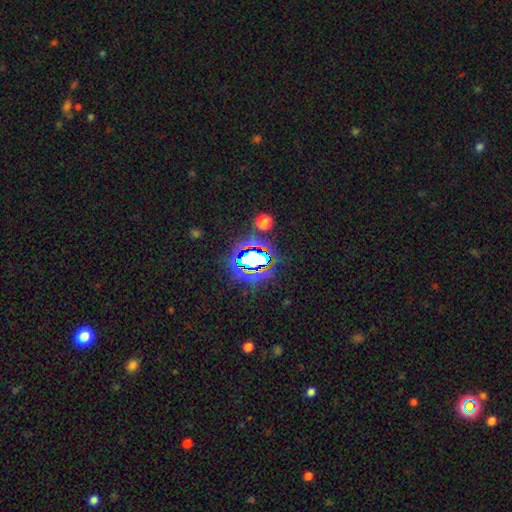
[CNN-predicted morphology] star or artifact 69%, smooth 19%, featured or disk 12%.